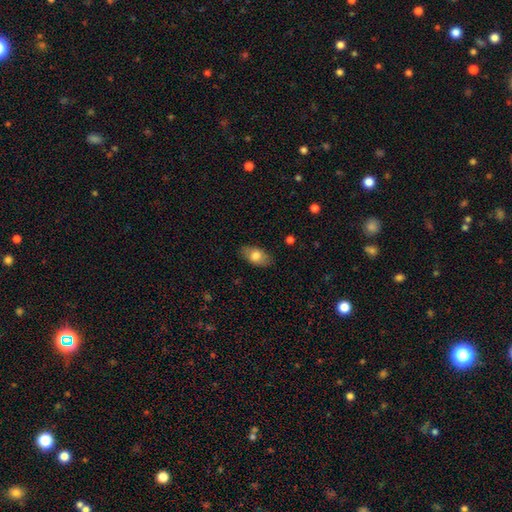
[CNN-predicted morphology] smooth_or_featured: smooth (p=0.76) [alt: featured or disk p=0.17]
how_rounded: in between (p=0.92) [alt: round p=0.06]
merging: none (p=0.82) [alt: minor disturbance p=0.14]